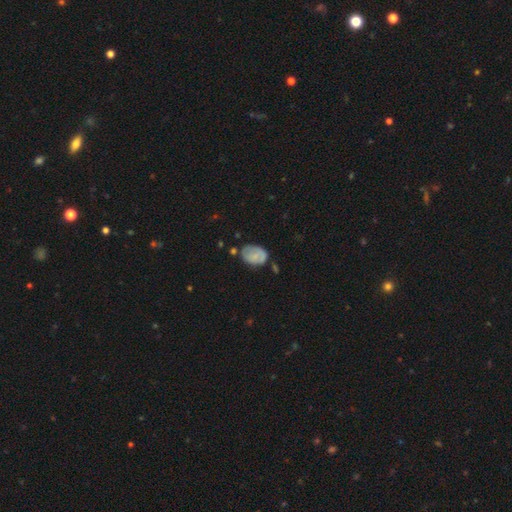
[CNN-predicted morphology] smooth-or-featured: smooth: 69% | featured or disk: 23% | star or artifact: 8%
  how-rounded: in between: 78% | round: 20% | cigar-shaped: 1%
  merging: none: 53% | minor disturbance: 32% | major disturbance: 9% | merger: 6%